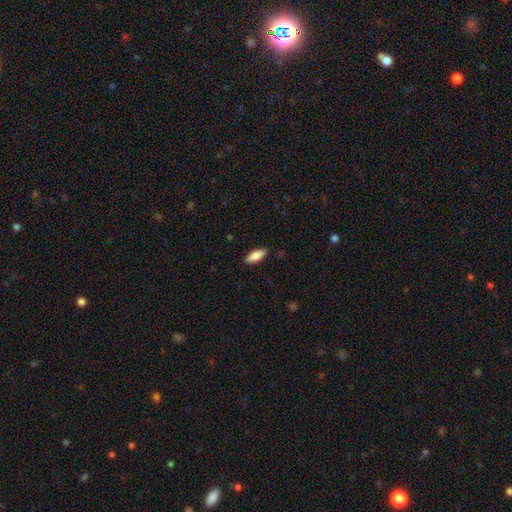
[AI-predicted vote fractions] Smooth or featured? Predicted: smooth (p=0.84). How rounded? Predicted: in between (p=0.74). Merging? Predicted: none (p=0.88).